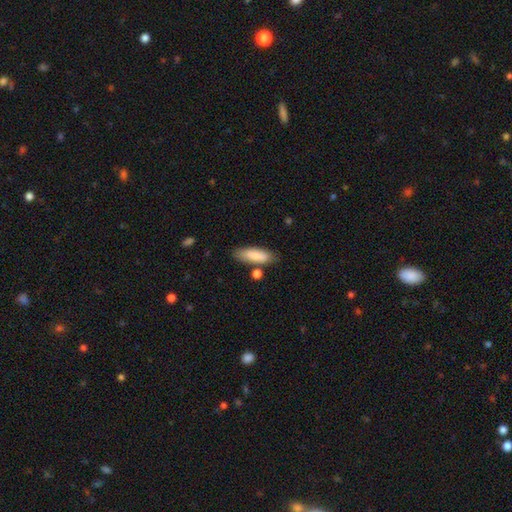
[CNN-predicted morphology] The model was most divided on "how rounded": in between: 56%, cigar-shaped: 42%, round: 2%. More confident: smooth or featured — smooth (86%); merging — none (74%).